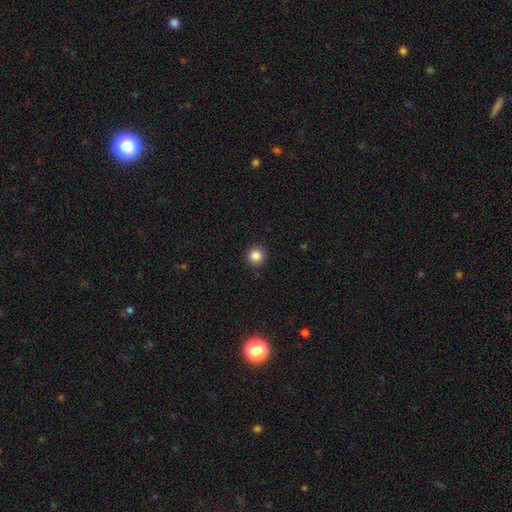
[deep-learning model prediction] A smooth galaxy with no disk features (86%) that is round (94%).

Vote fractions:
- Smooth or featured? smooth: 86% / star or artifact: 10% / featured or disk: 4%
- How rounded? round: 94% / in between: 5% / cigar-shaped: 1%
- Merging? none: 92% / minor disturbance: 5% / major disturbance: 2% / merger: 1%